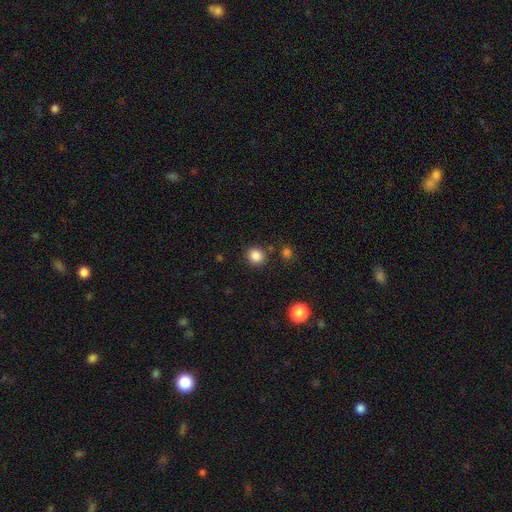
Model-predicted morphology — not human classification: Smooth or featured: smooth — 86% (star or artifact — 11%)
How rounded: round — 87% (in between — 12%)
Merging: none — 86% (minor disturbance — 7%)